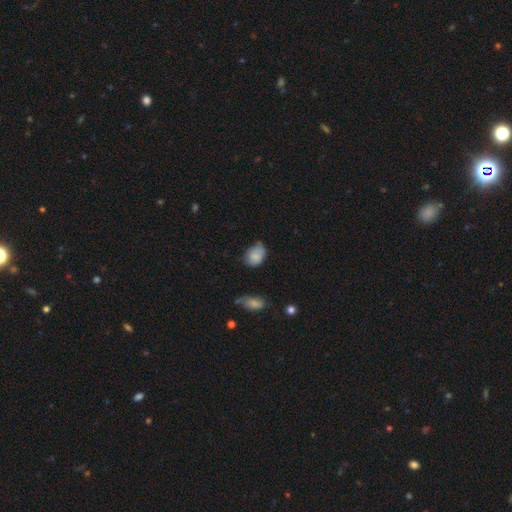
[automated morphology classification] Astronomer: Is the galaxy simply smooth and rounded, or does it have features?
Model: smooth — 82%.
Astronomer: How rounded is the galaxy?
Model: in between — 72%.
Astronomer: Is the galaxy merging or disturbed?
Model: none — 51% (runner-up: minor disturbance, 38%).